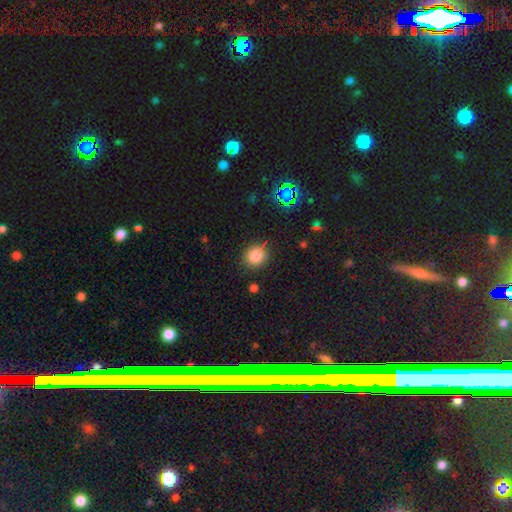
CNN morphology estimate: This appears to be a smooth galaxy with no disk features (81%) that is round (85%). Merging: none (81%).